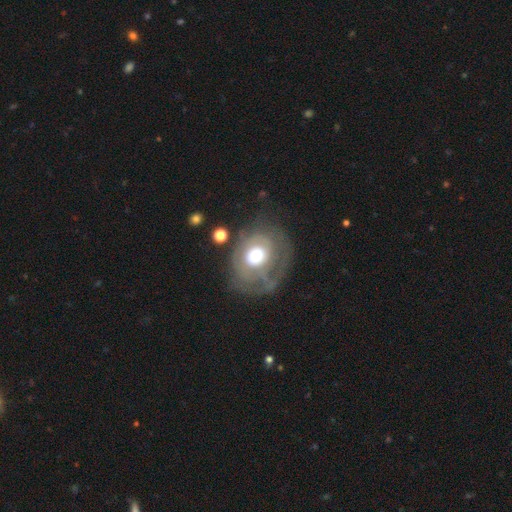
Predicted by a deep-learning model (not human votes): This appears to be a featured or disk galaxy (50%). Merging: none (46%).